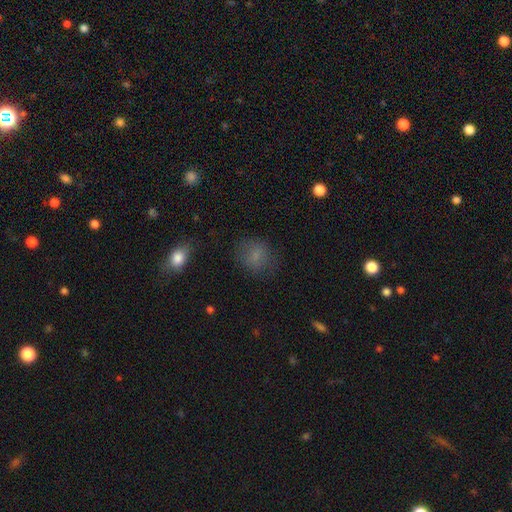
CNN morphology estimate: Overall: smooth (77%). How rounded: round (64%; in between 35%). Merging: none (74%).